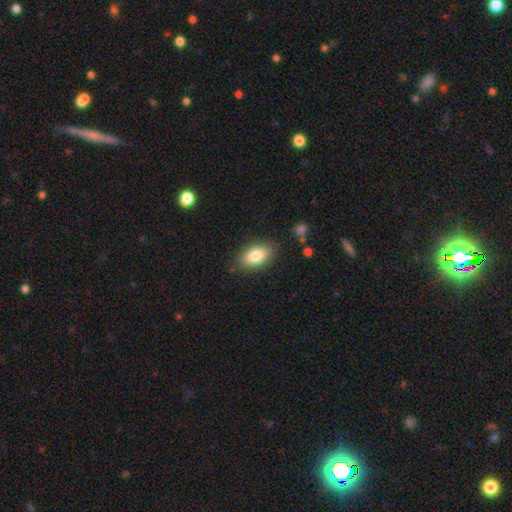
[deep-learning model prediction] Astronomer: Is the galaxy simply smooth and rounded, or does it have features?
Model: smooth — 81%.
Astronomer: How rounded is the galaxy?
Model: in between — 89%.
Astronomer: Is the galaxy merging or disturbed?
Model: none — 84%.